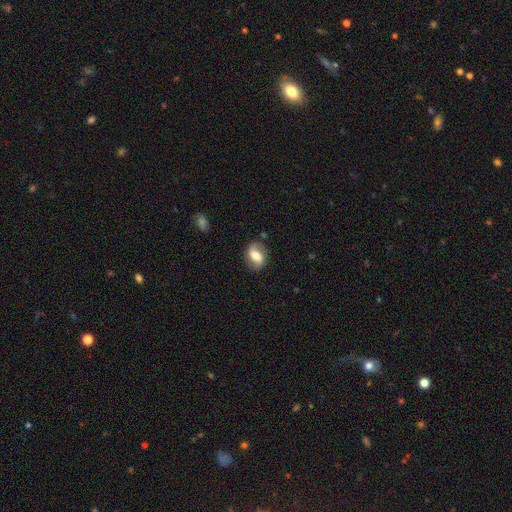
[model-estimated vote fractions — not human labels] Smooth or featured? Predicted: featured or disk (p=0.47). Merging? Predicted: none (p=0.76).